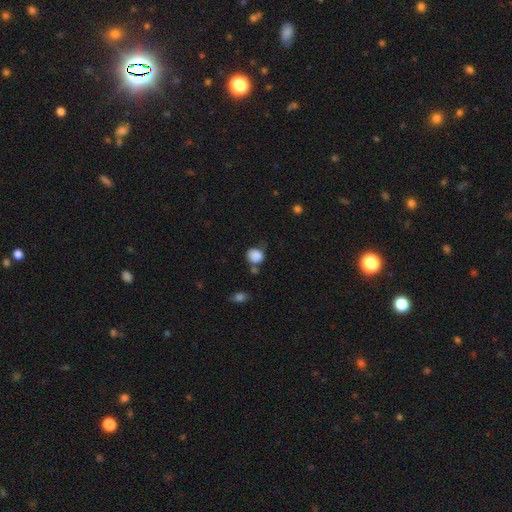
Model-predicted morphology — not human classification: Smooth or featured? Predicted: smooth (p=0.84). How rounded? Predicted: round (p=0.66). Merging? Predicted: none (p=0.49).